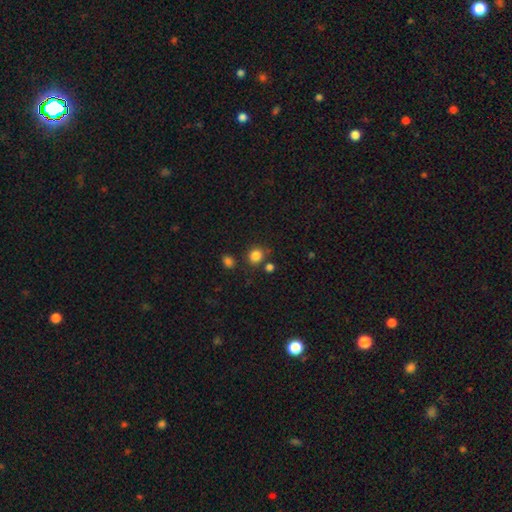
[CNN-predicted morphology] A smooth galaxy with no disk features (83%) that is round (81%).

Vote fractions:
- Smooth or featured? smooth: 83% / star or artifact: 13% / featured or disk: 4%
- How rounded? round: 81% / in between: 19% / cigar-shaped: 1%
- Merging? none: 76% / minor disturbance: 11% / merger: 10% / major disturbance: 4%